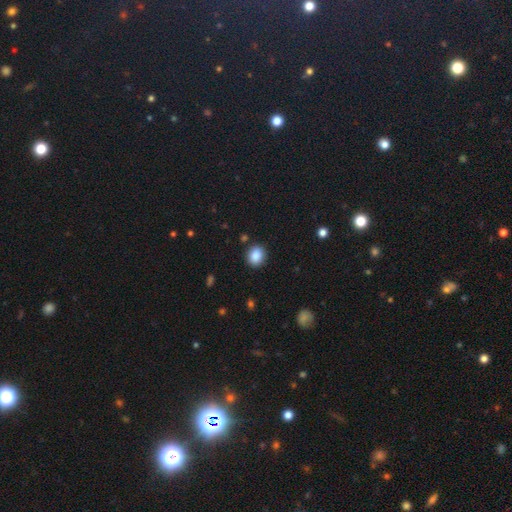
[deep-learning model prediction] A smooth galaxy with no disk features (87%) that is round (67%). Merging: none (88%).